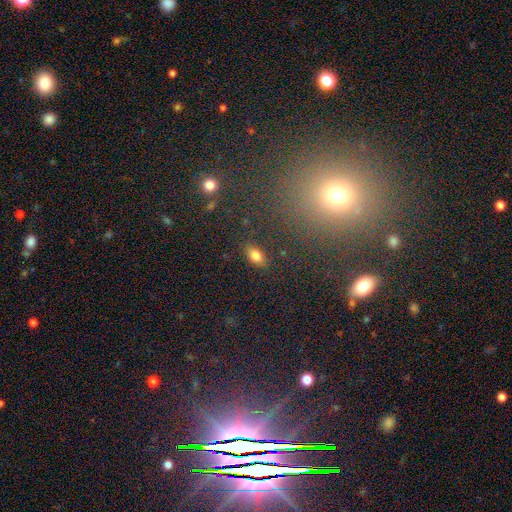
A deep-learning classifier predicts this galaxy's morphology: A smooth galaxy with no disk features (81%) that is in between round and cigar-shaped (89%). Merging: none (84%).